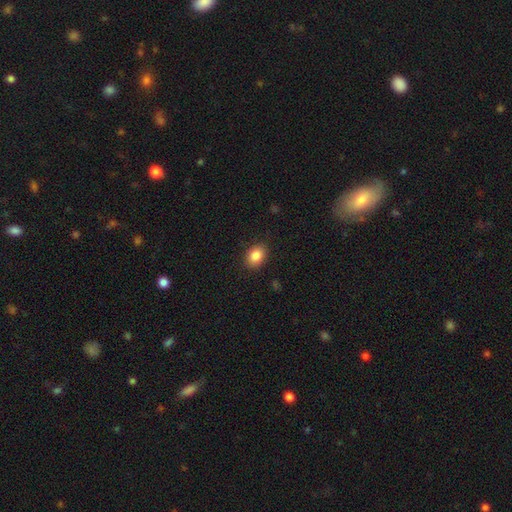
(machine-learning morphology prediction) A smooth galaxy with no disk features (86%) that is in between round and cigar-shaped (65%).

Vote fractions:
- Smooth or featured? smooth: 86% / star or artifact: 9% / featured or disk: 5%
- How rounded? in between: 65% / round: 34% / cigar-shaped: 1%
- Merging? none: 87% / minor disturbance: 9% / major disturbance: 2% / merger: 1%